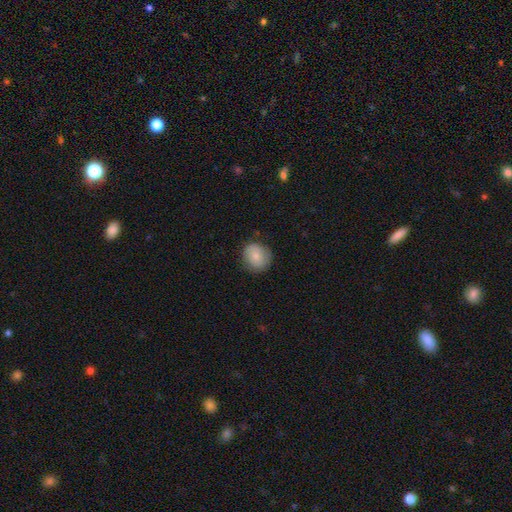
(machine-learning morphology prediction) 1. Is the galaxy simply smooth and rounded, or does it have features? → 73% smooth, 19% featured or disk, 7% star or artifact.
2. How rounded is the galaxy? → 78% round, 21% in between, 1% cigar-shaped.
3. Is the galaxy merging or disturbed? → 80% none, 15% minor disturbance, 3% major disturbance, 1% merger.